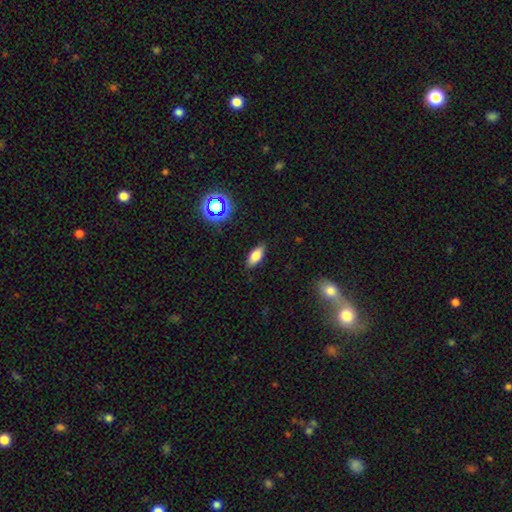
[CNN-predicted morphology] type=smooth (75%); roundness=in between (80%); merging=none (85%).